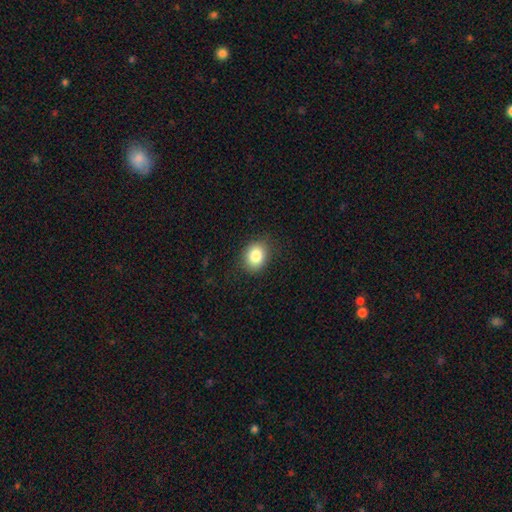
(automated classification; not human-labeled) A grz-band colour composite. It shows a smooth galaxy with no disk features (83%) that is in between round and cigar-shaped (53%). Merging: none (84%).